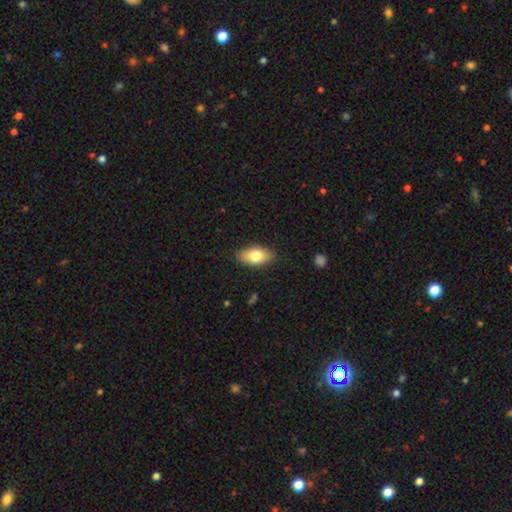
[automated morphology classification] Q: Smooth or featured?
A: smooth (77%); runner-up: featured or disk (17%)
Q: How rounded?
A: in between (90%); runner-up: cigar-shaped (5%)
Q: Merging?
A: none (87%); runner-up: minor disturbance (10%)